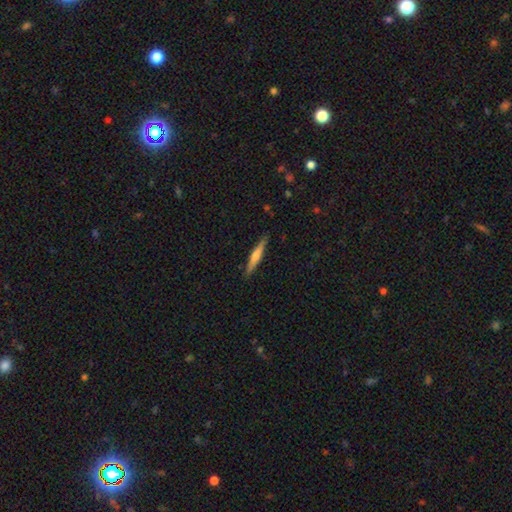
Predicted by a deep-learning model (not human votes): This is possibly a featured or disk galaxy (49%). Merging: clearly none (89%).